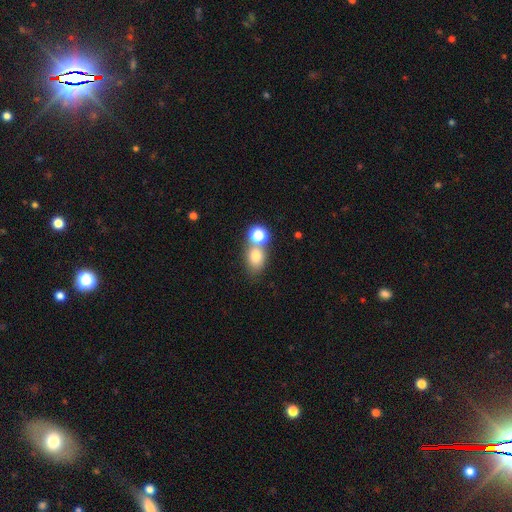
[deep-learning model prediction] A smooth galaxy with no disk features (74%) that is in between round and cigar-shaped (59%). Merging: none (51%).